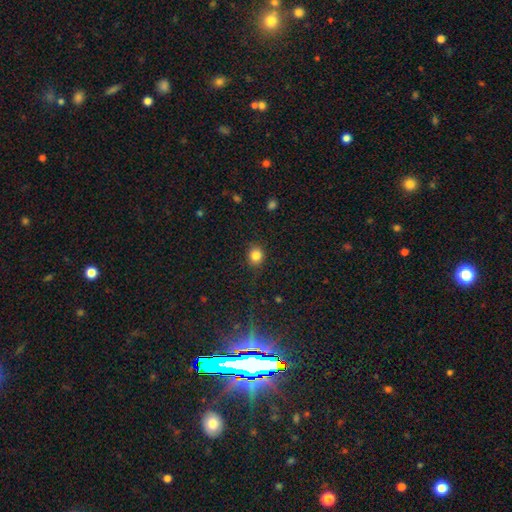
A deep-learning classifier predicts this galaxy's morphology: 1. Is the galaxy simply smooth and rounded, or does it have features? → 83% smooth, 12% star or artifact, 5% featured or disk.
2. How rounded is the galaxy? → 78% round, 21% in between, 1% cigar-shaped.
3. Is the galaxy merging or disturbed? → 87% none, 9% minor disturbance, 3% major disturbance, 1% merger.